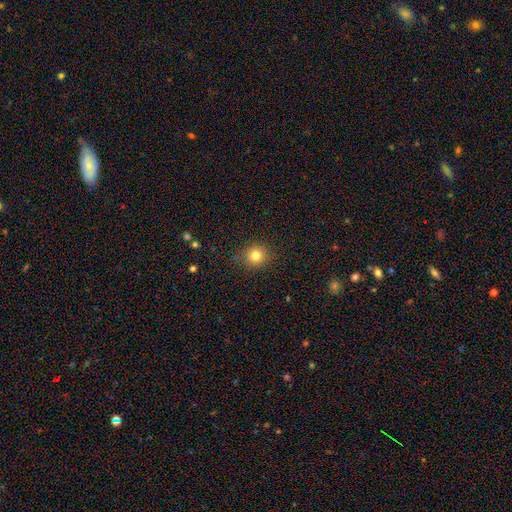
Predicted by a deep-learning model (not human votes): Smooth or featured: smooth — 81% (star or artifact — 13%)
How rounded: round — 88% (in between — 11%)
Merging: none — 86% (minor disturbance — 10%)